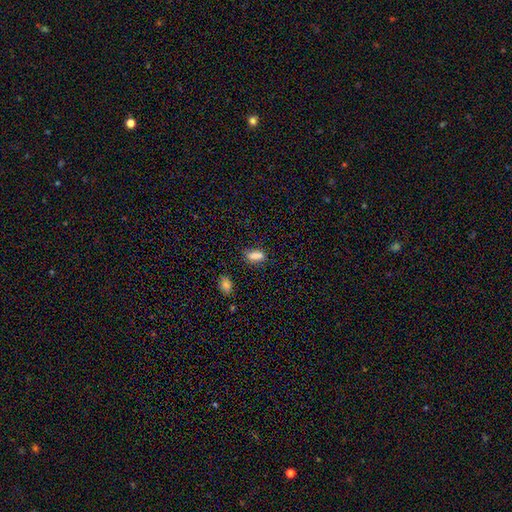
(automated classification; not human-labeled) Smooth or featured? smooth (83%)
How rounded? in between (76%)
Merging? none (75%)